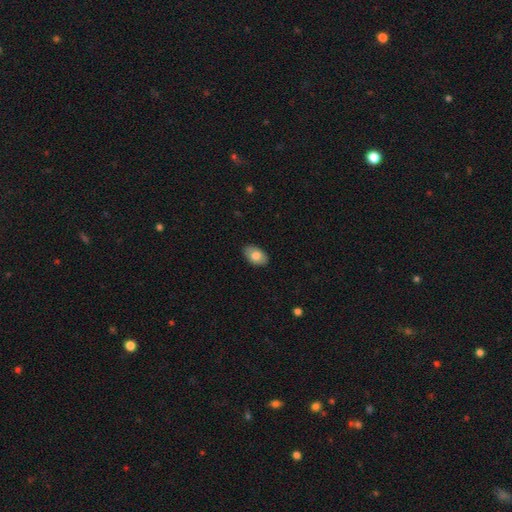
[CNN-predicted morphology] This is likely a smooth galaxy (77%). How rounded: clearly in between (91%). Merging: clearly none (86%).